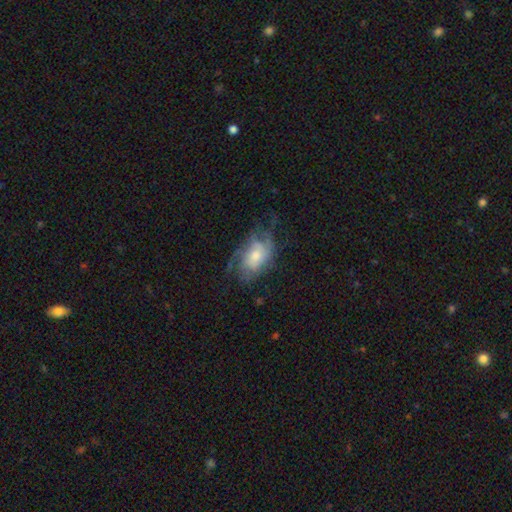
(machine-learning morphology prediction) Smooth or featured: featured or disk — 70% (smooth — 23%)
Edge-on disk: no — 96% (yes — 4%)
Bar: no — 72% (weak — 25%)
Spiral arms: yes — 86% (no — 14%)
Spiral winding: medium — 41% (tight — 37%)
Spiral arm count: can't tell — 42% (2 — 23%)
Bulge size: moderate — 52% (small — 28%)
Merging: none — 55% (minor disturbance — 24%)